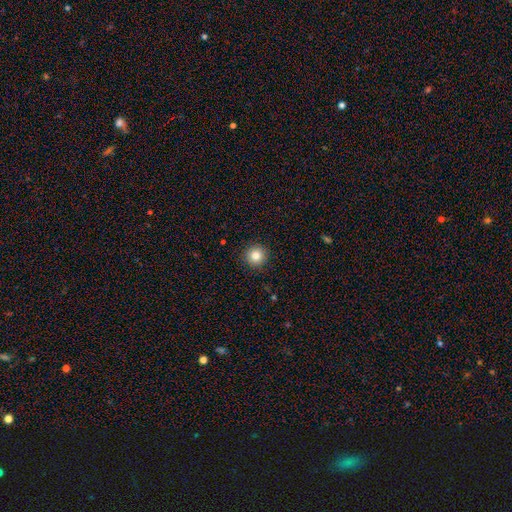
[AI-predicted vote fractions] smooth-or-featured: smooth: 83% | star or artifact: 11% | featured or disk: 7%
  how-rounded: round: 95% | in between: 4% | cigar-shaped: 1%
  merging: none: 92% | minor disturbance: 5% | major disturbance: 2% | merger: 1%